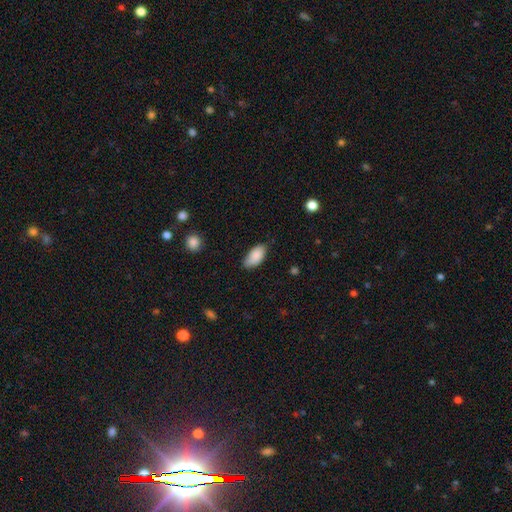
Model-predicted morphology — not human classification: smooth-or-featured: smooth: 88% | star or artifact: 6% | featured or disk: 5%
  how-rounded: in between: 93% | cigar-shaped: 5% | round: 2%
  merging: none: 74% | minor disturbance: 22% | major disturbance: 3% | merger: 1%